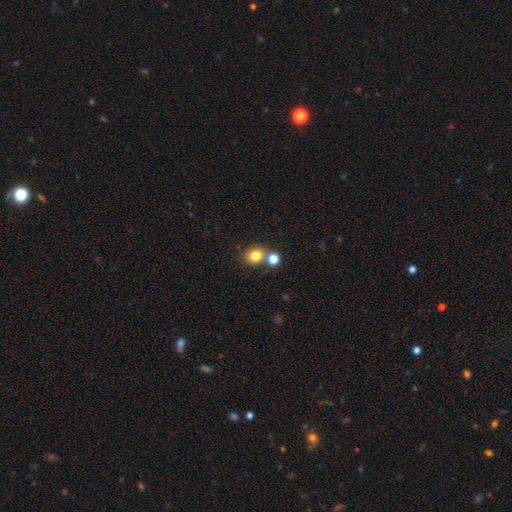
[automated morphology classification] A smooth galaxy with no disk features (80%) that is round (75%). Merging: none (64%).